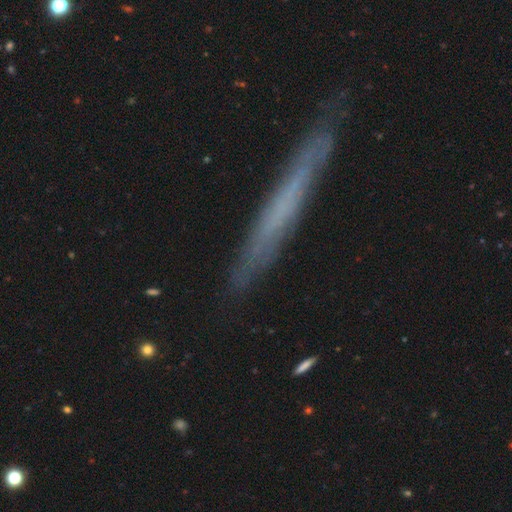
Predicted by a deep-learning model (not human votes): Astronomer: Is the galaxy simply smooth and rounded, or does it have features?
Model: featured or disk — 52% (runner-up: smooth, 40%).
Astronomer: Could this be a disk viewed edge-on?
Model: yes — 90%.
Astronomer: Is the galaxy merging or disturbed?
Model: none — 81%.